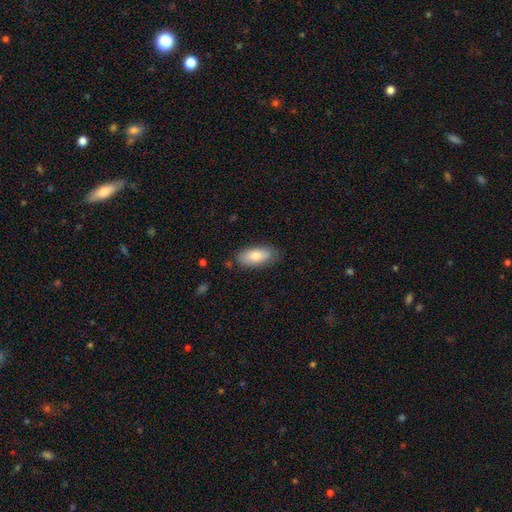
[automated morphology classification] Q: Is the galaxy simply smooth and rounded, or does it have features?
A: smooth — 82%.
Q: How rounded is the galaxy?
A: in between — 88%.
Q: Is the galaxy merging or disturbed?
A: none — 78%.